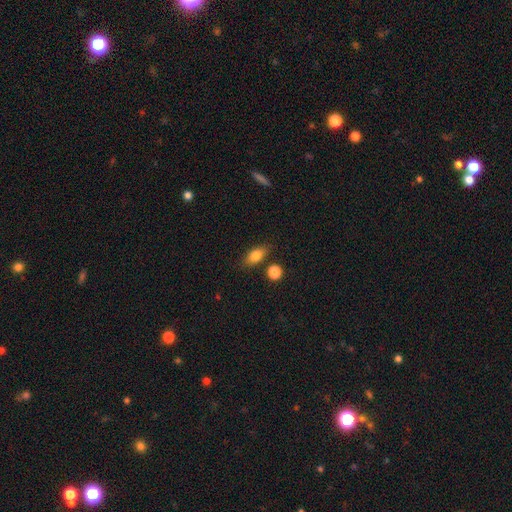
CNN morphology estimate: Smooth or featured: smooth — 80% (featured or disk — 11%)
How rounded: in between — 79% (round — 11%)
Merging: none — 77% (minor disturbance — 13%)